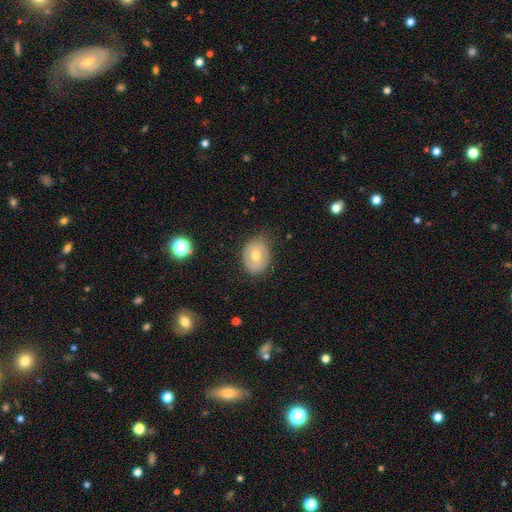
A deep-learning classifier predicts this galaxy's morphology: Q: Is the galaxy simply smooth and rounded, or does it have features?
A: featured or disk — 49%.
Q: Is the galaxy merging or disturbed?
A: none — 73%.